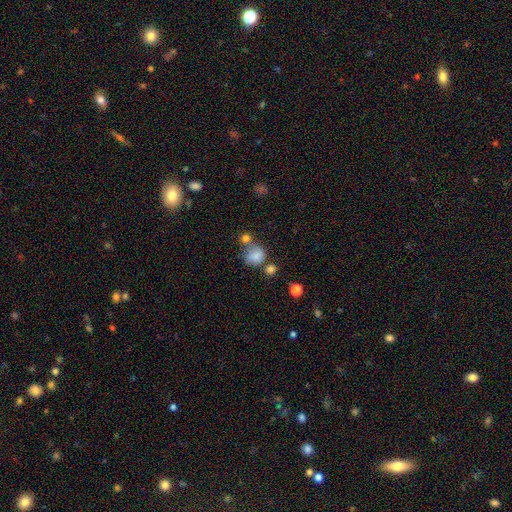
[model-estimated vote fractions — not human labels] The model was most divided on "merging": none: 42%, merger: 28%, minor disturbance: 20%, major disturbance: 11%. More confident: smooth or featured — smooth (77%); how rounded — round (70%).